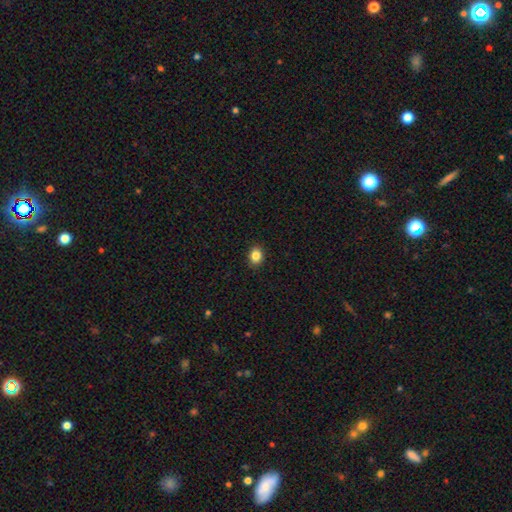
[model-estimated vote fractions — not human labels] Smooth or featured: smooth — 85% (star or artifact — 10%)
How rounded: round — 56% (in between — 43%)
Merging: none — 90% (minor disturbance — 7%)